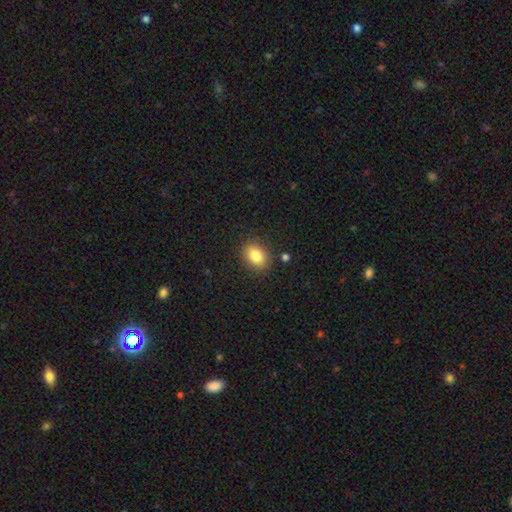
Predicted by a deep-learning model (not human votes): Q: Smooth or featured?
A: smooth (84%); runner-up: star or artifact (9%)
Q: How rounded?
A: in between (68%); runner-up: round (30%)
Q: Merging?
A: none (85%); runner-up: minor disturbance (10%)